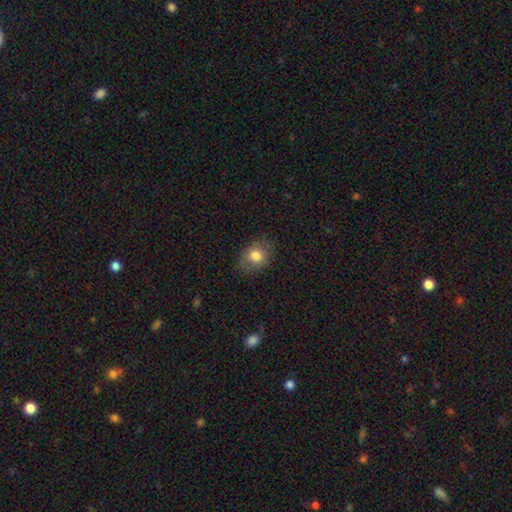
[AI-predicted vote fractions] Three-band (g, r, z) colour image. It shows a smooth galaxy with no disk features (78%) that is round (55%). Merging: none (78%).